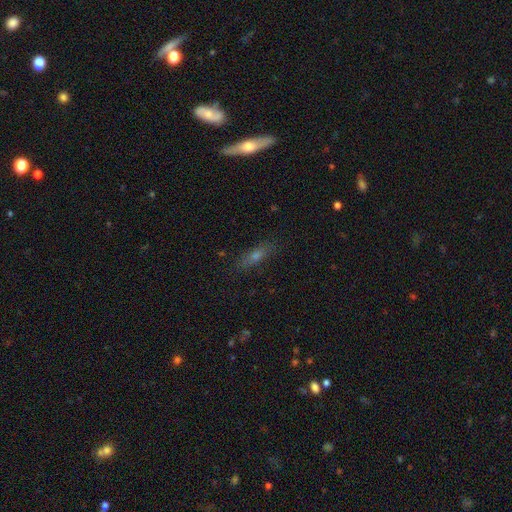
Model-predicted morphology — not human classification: This appears to be a smooth galaxy with no disk features (45%). Merging: none (84%).